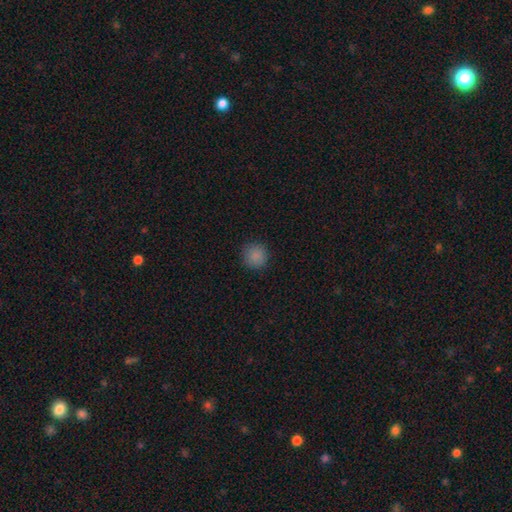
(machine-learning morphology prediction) type=smooth (87%); roundness=round (94%); merging=none (90%).